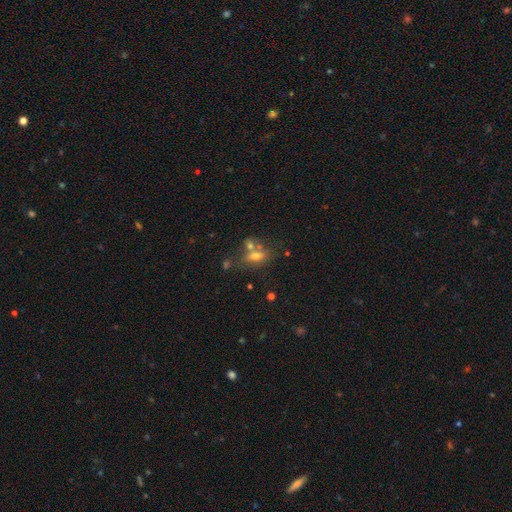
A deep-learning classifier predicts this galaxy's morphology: Overall: smooth (56%; featured or disk 27%). How rounded: in between (71%). Merging: none (49%; merger 31%).